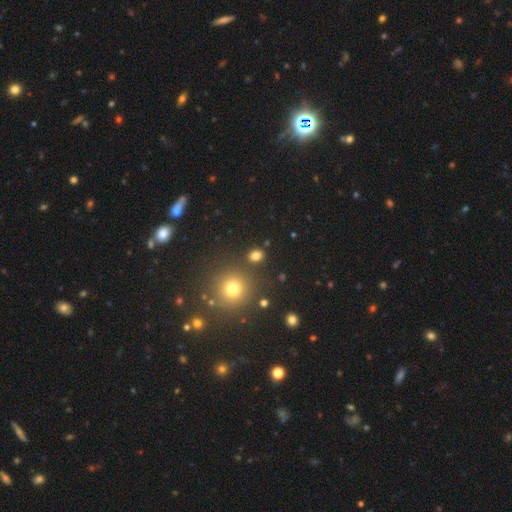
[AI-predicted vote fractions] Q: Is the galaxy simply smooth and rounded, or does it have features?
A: smooth — 76%.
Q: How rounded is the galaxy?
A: round — 63%.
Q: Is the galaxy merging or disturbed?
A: none — 84%.